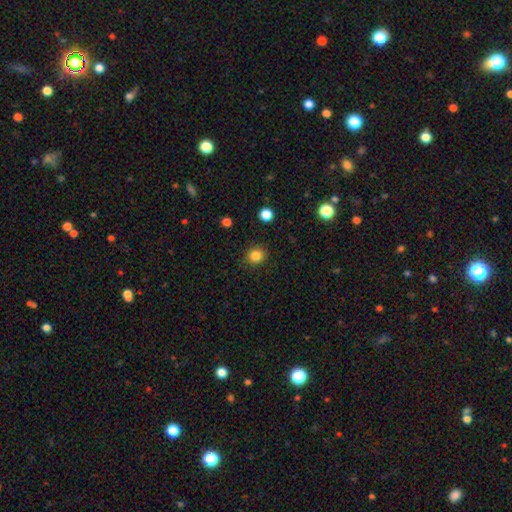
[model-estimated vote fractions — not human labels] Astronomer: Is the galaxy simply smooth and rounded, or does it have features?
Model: smooth — 84%.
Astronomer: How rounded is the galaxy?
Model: round — 86%.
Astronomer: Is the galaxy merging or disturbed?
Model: none — 89%.